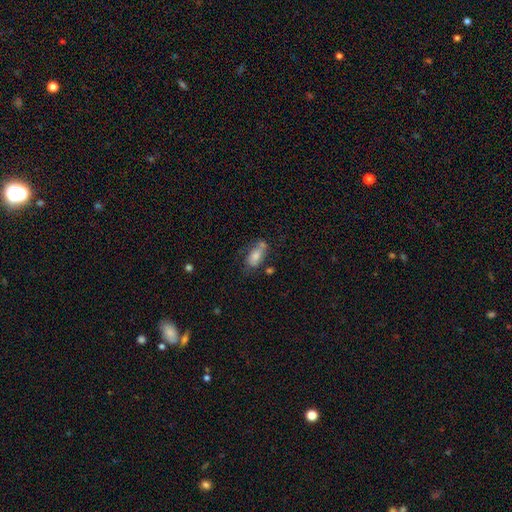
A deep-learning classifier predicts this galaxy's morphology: A smooth galaxy with no disk features (71%) that is in between round and cigar-shaped (86%).

Vote fractions:
- Smooth or featured? smooth: 71% / featured or disk: 21% / star or artifact: 8%
- How rounded? in between: 86% / cigar-shaped: 9% / round: 4%
- Merging? none: 43% / minor disturbance: 26% / merger: 18% / major disturbance: 13%